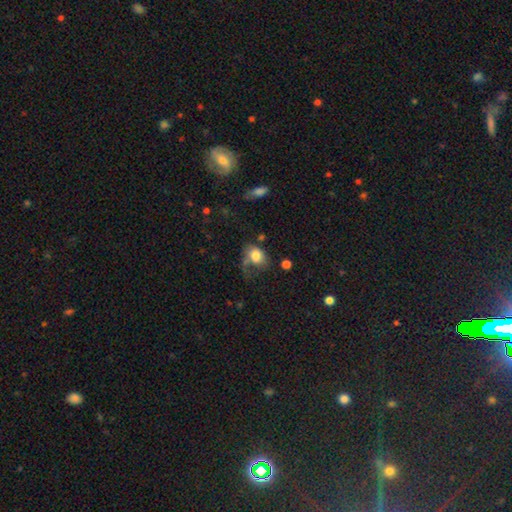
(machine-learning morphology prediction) This appears to be a smooth galaxy with no disk features (76%) that is in between round and cigar-shaped (66%). Merging: none (37%).